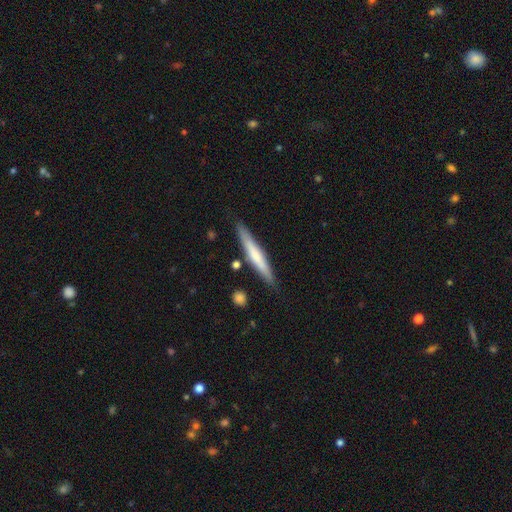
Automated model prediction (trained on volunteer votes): Overall: smooth (56%; featured or disk 39%). How rounded: cigar-shaped (95%). Merging: none (86%).